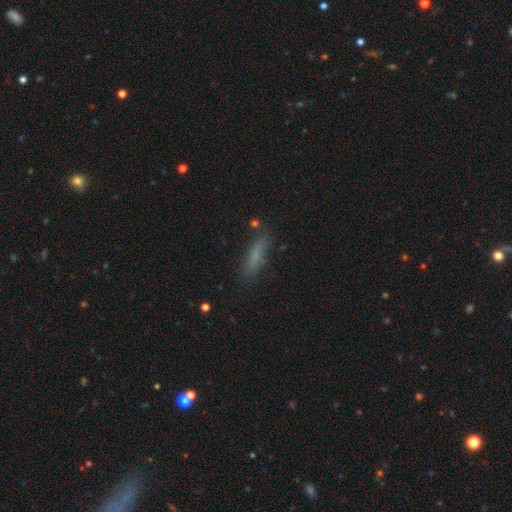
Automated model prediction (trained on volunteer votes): Overall: smooth (73%). How rounded: cigar-shaped (78%). Merging: none (80%).